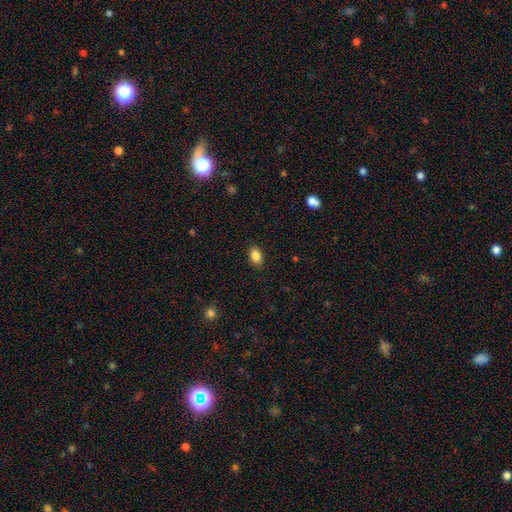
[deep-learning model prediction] Overall: smooth (87%). How rounded: in between (86%). Merging: none (88%).